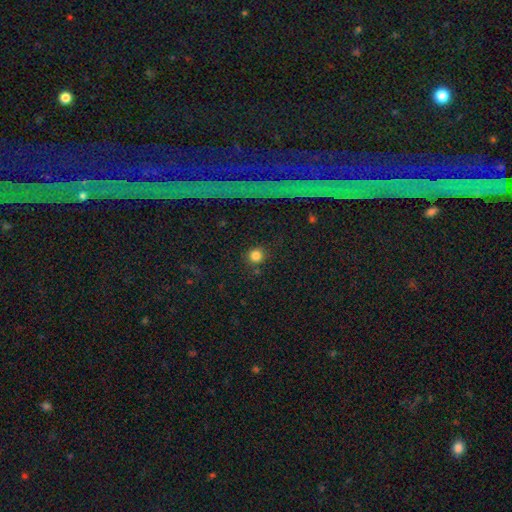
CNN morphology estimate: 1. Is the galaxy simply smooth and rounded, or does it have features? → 81% smooth, 13% star or artifact, 6% featured or disk.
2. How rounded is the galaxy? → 93% round, 6% in between, 1% cigar-shaped.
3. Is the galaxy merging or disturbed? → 86% none, 8% minor disturbance, 3% merger, 3% major disturbance.